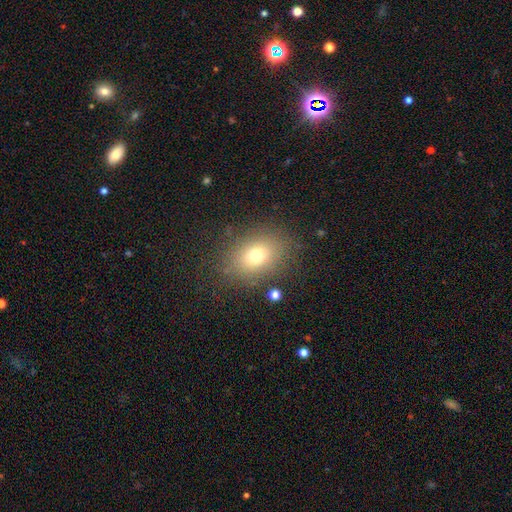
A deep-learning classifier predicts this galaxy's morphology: This appears to be a smooth galaxy with no disk features (72%) that is in between round and cigar-shaped (64%). Merging: none (82%).